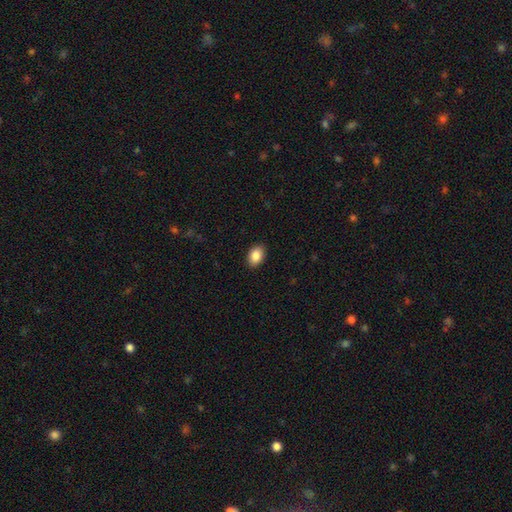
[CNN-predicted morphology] smooth_or_featured: smooth (p=0.87) [alt: star or artifact p=0.08]
how_rounded: in between (p=0.83) [alt: round p=0.16]
merging: none (p=0.89) [alt: minor disturbance p=0.08]